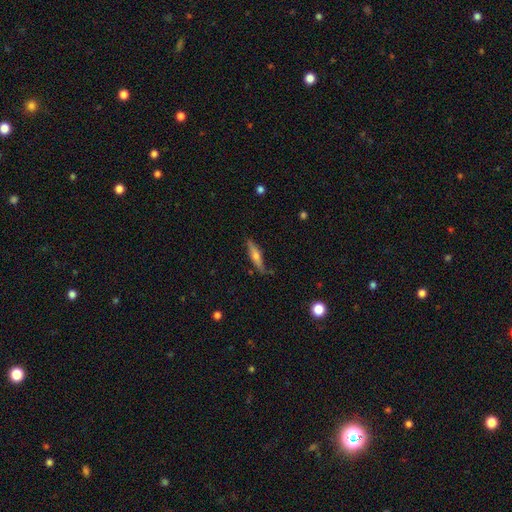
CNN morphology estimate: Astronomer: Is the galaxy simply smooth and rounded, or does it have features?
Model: featured or disk — 54% (runner-up: smooth, 39%).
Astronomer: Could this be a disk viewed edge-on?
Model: yes — 79%.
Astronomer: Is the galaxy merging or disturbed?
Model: none — 67%.